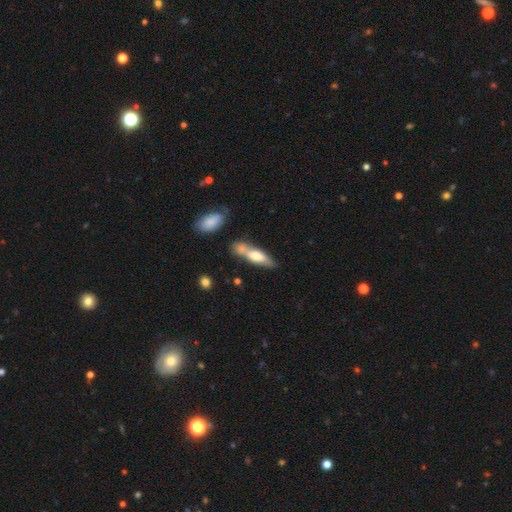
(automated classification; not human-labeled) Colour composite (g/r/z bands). It shows a smooth galaxy with no disk features (60%) that is cigar-shaped (53%). Merging: none (45%).